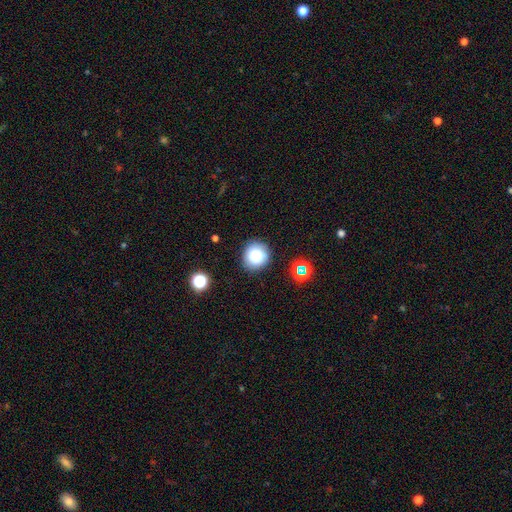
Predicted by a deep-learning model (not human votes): smooth 80%, star or artifact 12%, featured or disk 8%. Down the decision tree: how rounded — round (91%); merging — none (86%).